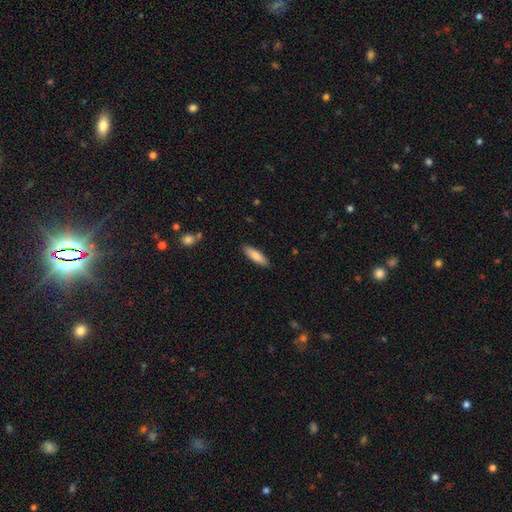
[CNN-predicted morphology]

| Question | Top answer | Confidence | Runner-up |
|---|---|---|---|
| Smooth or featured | smooth | 81% | featured or disk (14%) |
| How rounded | cigar-shaped | 62% | in between (36%) |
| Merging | none | 89% | minor disturbance (8%) |